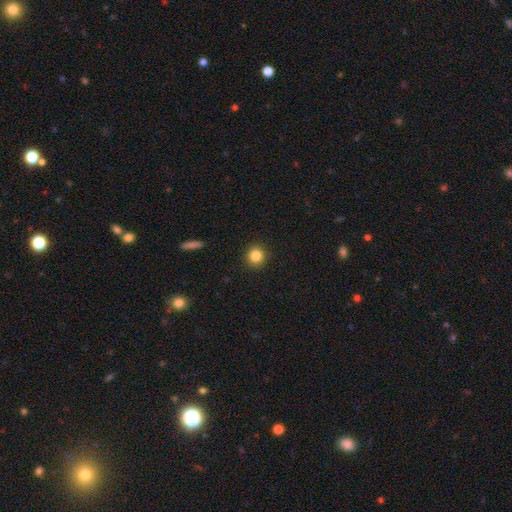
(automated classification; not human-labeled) Overall: smooth (84%). How rounded: round (91%). Merging: none (92%).